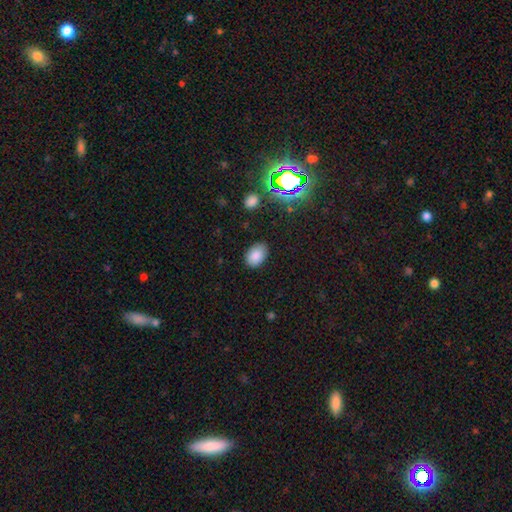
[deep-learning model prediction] A smooth galaxy with no disk features (84%) that is in between round and cigar-shaped (85%). Merging: none (84%).